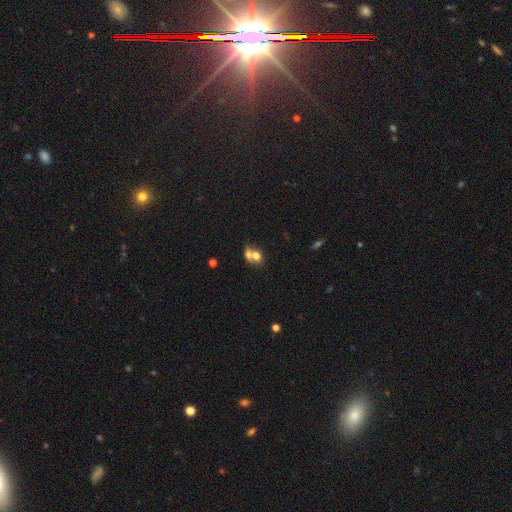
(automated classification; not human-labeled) The model was most divided on "how rounded": round: 51%, in between: 48%, cigar-shaped: 2%. More confident: smooth or featured — smooth (68%); merging — merger (65%).